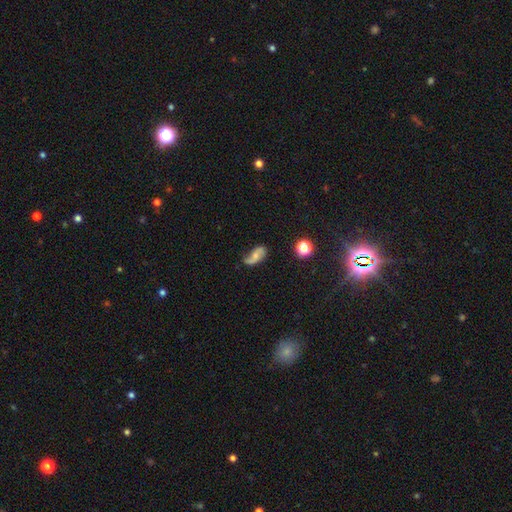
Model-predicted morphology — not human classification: The model was most divided on "bulge size": small: 46%, moderate: 41%, none: 9%, large: 3%, dominant: 1%. More confident: edge-on disk — no (94%); spiral arms — yes (88%); bar — no (64%); smooth or featured — featured or disk (57%); merging — none (55%).